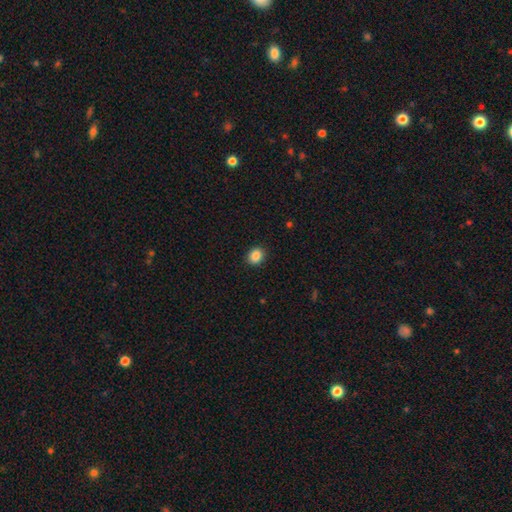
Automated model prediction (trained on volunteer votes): The model was most divided on "how rounded": round: 64%, in between: 35%, cigar-shaped: 1%. More confident: merging — none (90%); smooth or featured — smooth (87%).